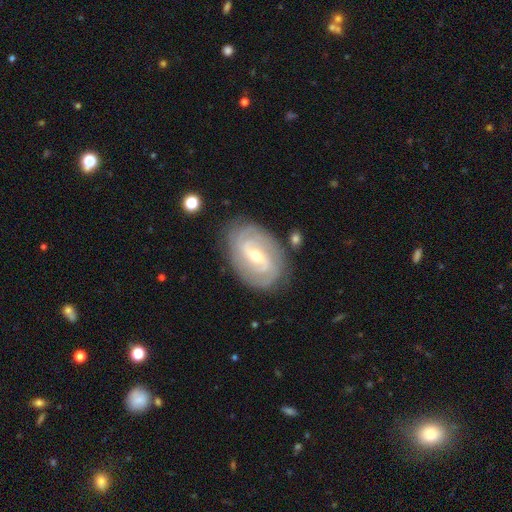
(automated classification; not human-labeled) A featured or disk galaxy (85%) with a weak bar (51%), 2 (49%) tight (60%) spiral arms (95%) and a small central bulge (50%).

Vote fractions:
- Smooth or featured? featured or disk: 85% / smooth: 10% / star or artifact: 5%
- Edge-on disk? no: 96% / yes: 4%
- Bar? weak: 51% / strong: 27% / no: 22%
- Spiral arms? yes: 95% / no: 5%
- Spiral winding? tight: 60% / medium: 31% / loose: 9%
- Spiral arm count? 2: 49% / can't tell: 22% / 3: 16% / 4: 6% / more than 4: 3% / 1: 3%
- Bulge size? small: 50% / moderate: 47% / large: 2% / none: 1% / dominant: 1%
- Merging? none: 81% / minor disturbance: 13% / major disturbance: 4% / merger: 2%